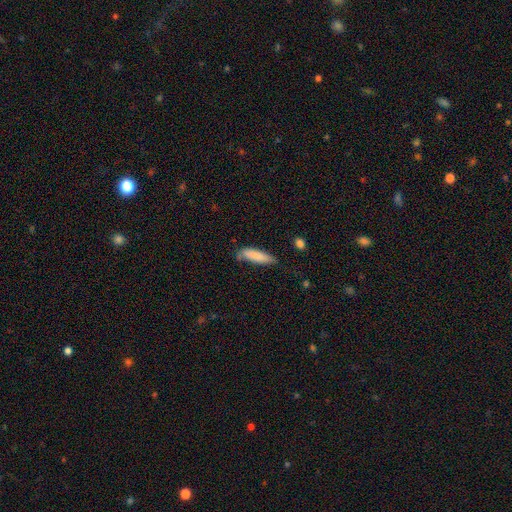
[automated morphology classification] Smooth or featured?
  - smooth: 85% *
  - featured or disk: 9%
  - star or artifact: 6%
How rounded?
  - cigar-shaped: 65% *
  - in between: 34%
  - round: 1%
Merging?
  - none: 67% *
  - minor disturbance: 25%
  - major disturbance: 5%
  - merger: 3%